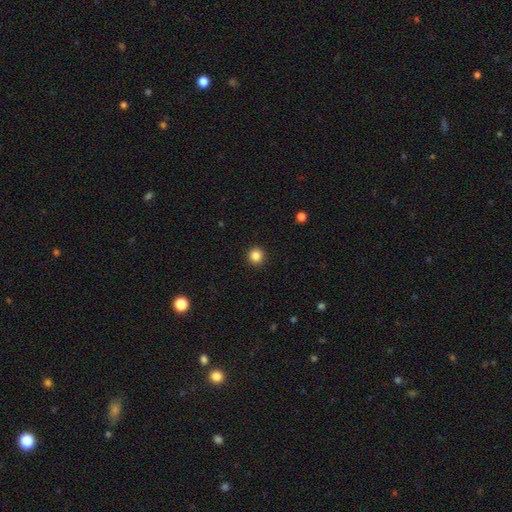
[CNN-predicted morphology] smooth 86%, star or artifact 11%, featured or disk 4%. Down the decision tree: how rounded — round (94%); merging — none (93%).